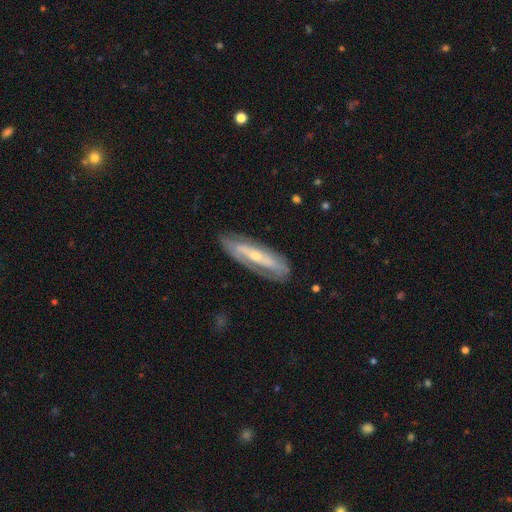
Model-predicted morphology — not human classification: The model was most divided on "bar": strong: 41%, no: 35%, weak: 25%. More confident: merging — none (77%); smooth or featured — featured or disk (73%); spiral arms — yes (71%); edge-on disk — no (70%); bulge size — small (61%).